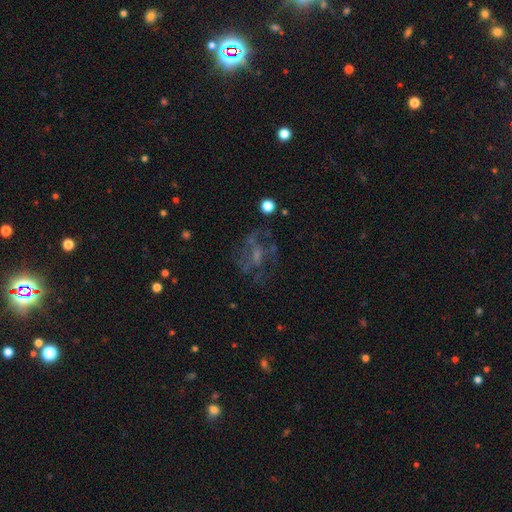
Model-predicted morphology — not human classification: featured or disk 59%, smooth 21%, star or artifact 20%. Down the decision tree: edge-on disk — no (96%); bar — no (62%); spiral arms — no (54%); bulge size — none (36%, tied with small); merging — none (54%).